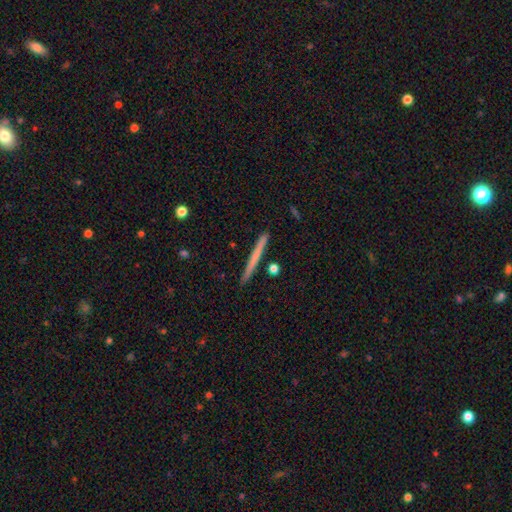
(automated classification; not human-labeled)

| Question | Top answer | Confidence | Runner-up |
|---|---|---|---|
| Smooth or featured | smooth | 55% | featured or disk (39%) |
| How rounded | cigar-shaped | 97% | in between (2%) |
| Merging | none | 91% | minor disturbance (6%) |